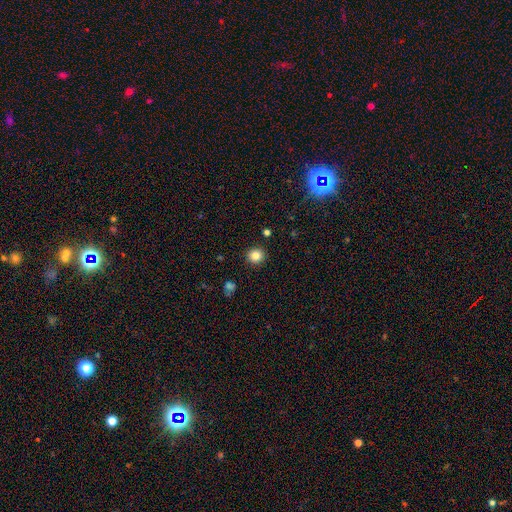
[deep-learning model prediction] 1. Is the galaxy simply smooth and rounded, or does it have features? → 83% smooth, 11% star or artifact, 6% featured or disk.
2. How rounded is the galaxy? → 91% round, 8% in between, 1% cigar-shaped.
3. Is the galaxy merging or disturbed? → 91% none, 5% minor disturbance, 2% major disturbance, 1% merger.